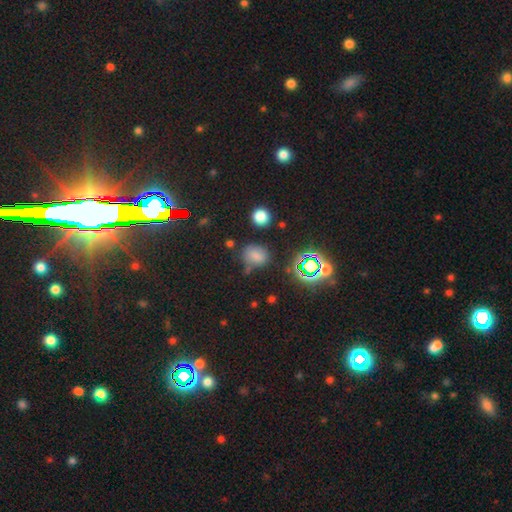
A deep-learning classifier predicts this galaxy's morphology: Smooth or featured?
  - smooth: 65% *
  - star or artifact: 25%
  - featured or disk: 10%
How rounded?
  - in between: 54% *
  - round: 44%
  - cigar-shaped: 2%
Merging?
  - none: 61% *
  - minor disturbance: 24%
  - major disturbance: 9%
  - merger: 7%